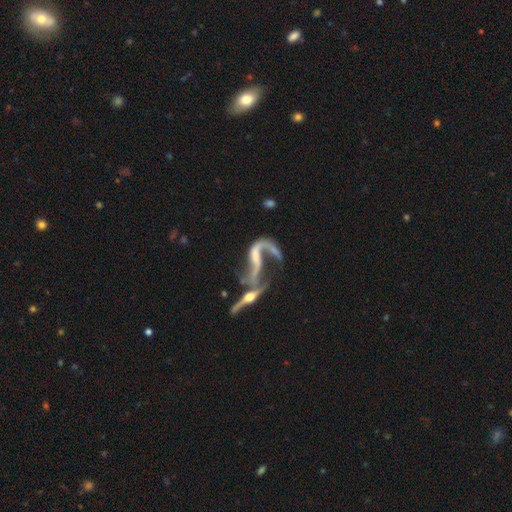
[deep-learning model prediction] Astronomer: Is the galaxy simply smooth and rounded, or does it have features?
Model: featured or disk — 78%.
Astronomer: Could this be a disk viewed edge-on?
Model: no — 88%.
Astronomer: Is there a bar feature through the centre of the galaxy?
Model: no — 43% (runner-up: weak, 32%).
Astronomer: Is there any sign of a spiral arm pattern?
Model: yes — 74%.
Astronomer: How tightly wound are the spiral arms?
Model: loose — 80%.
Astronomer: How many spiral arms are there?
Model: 2 — 64%.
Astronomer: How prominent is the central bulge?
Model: small — 43% (runner-up: none, 33%).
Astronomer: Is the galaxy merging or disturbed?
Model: merger — 47% (runner-up: major disturbance, 23%).